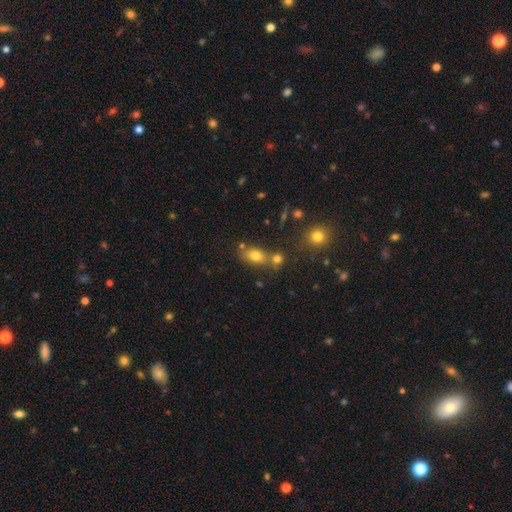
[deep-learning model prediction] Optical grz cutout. It shows a smooth galaxy with no disk features (75%) that is in between round and cigar-shaped (74%). Merging: none (58%).